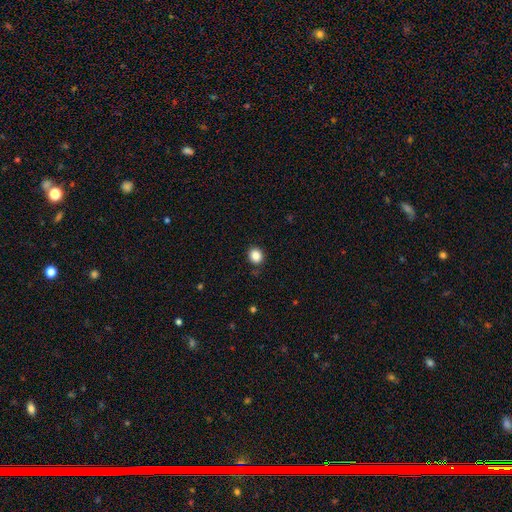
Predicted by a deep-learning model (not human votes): This is clearly a smooth galaxy (87%). How rounded: likely round (70%). Merging: clearly none (87%).